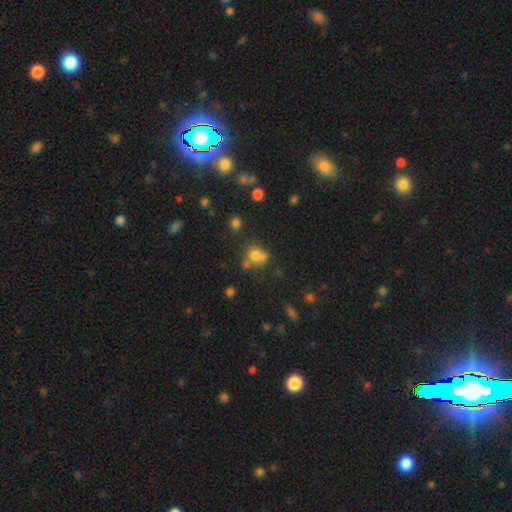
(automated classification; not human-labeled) smooth_or_featured: smooth (p=0.69) [alt: star or artifact p=0.16]
how_rounded: round (p=0.72) [alt: in between p=0.27]
merging: none (p=0.41) [alt: merger p=0.37]